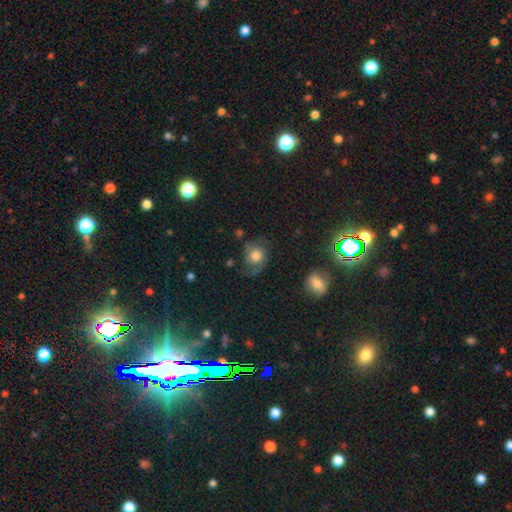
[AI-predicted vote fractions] smooth-or-featured: featured or disk: 58% | smooth: 33% | star or artifact: 10%
  disk-edge-on: no: 97% | yes: 3%
    bar: no: 78% | weak: 19% | strong: 3%
    has-spiral-arms: yes: 87% | no: 13%
    bulge-size: moderate: 43% | large: 41% | small: 8% | dominant: 5% | none: 3%
  merging: none: 62% | minor disturbance: 21% | major disturbance: 14% | merger: 2%